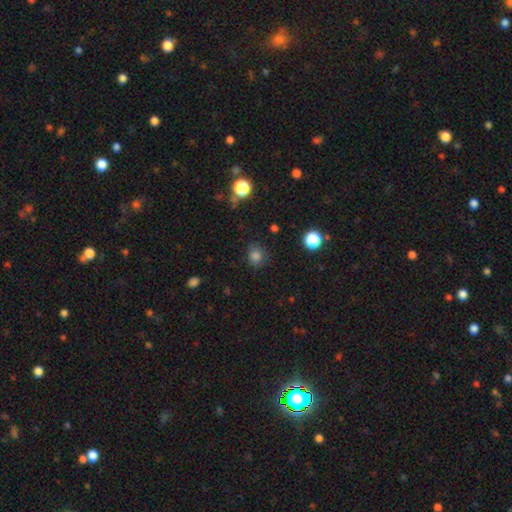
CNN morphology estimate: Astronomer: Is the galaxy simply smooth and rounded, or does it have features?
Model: smooth — 80%.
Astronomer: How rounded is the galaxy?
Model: round — 76%.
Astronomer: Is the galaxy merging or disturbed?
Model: none — 81%.